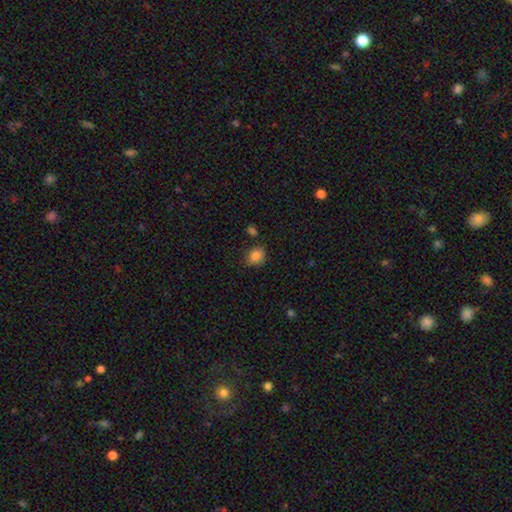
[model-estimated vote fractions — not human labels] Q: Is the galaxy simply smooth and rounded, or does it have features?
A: smooth — 85%.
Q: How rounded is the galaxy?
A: round — 55%.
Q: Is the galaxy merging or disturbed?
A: none — 75%.